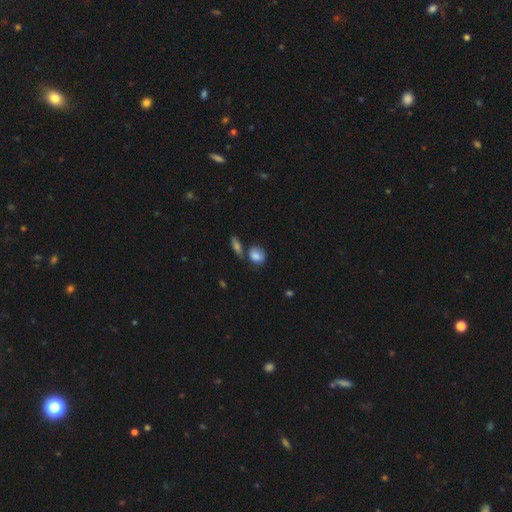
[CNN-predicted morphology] This is likely a smooth galaxy (80%). How rounded: possibly round (57%). Merging: possibly none (56%).